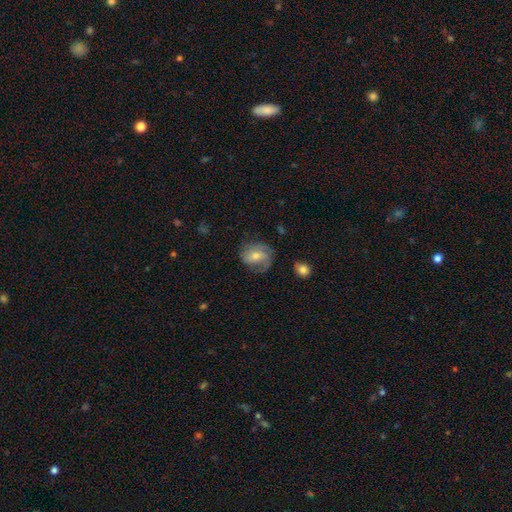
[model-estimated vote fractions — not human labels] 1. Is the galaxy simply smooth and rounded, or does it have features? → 53% featured or disk, 38% smooth, 9% star or artifact.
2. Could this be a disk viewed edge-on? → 95% no, 5% yes.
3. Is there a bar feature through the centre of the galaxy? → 41% weak (tied), 41% no (tied), 19% strong.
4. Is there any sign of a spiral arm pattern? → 78% yes, 22% no.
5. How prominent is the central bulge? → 53% moderate, 41% small, 3% large, 2% none, 1% dominant.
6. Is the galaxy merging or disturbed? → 60% none, 24% minor disturbance, 15% major disturbance, 2% merger.